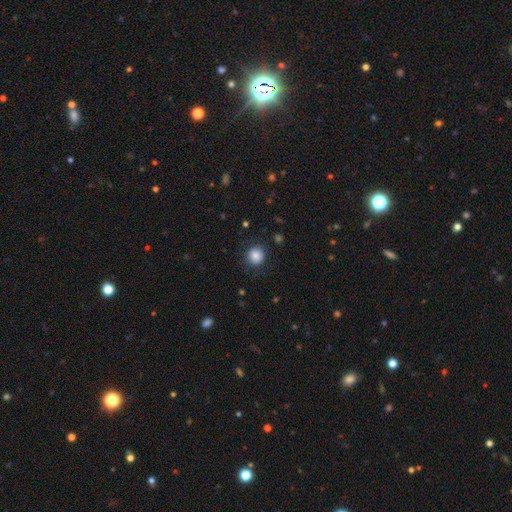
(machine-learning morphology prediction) smooth 86%, star or artifact 10%, featured or disk 4%. Down the decision tree: how rounded — round (90%); merging — none (85%).